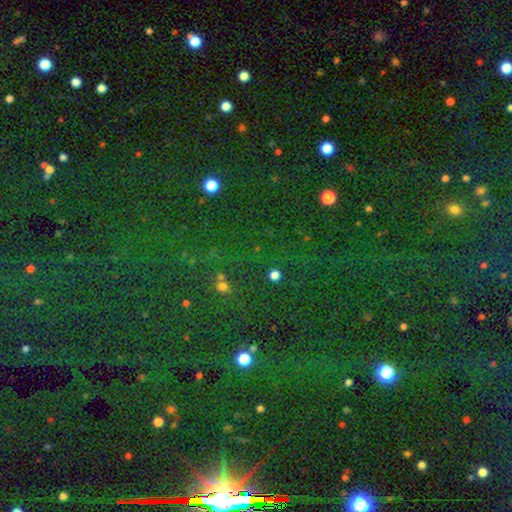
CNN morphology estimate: smooth-or-featured: star or artifact: 78% | smooth: 14% | featured or disk: 8%